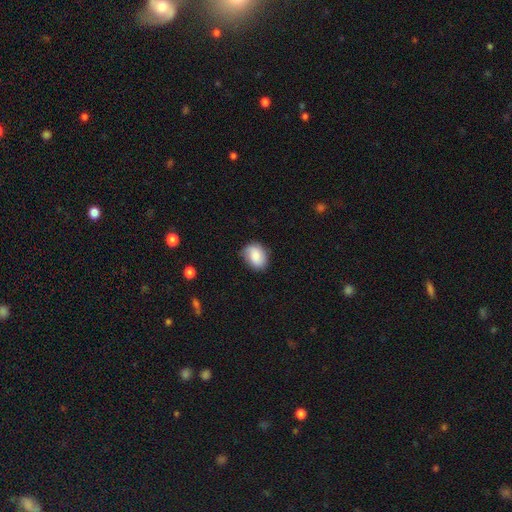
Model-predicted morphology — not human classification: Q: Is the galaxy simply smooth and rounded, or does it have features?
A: smooth — 80%.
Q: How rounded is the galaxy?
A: in between — 68%.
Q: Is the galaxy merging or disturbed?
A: none — 71%.